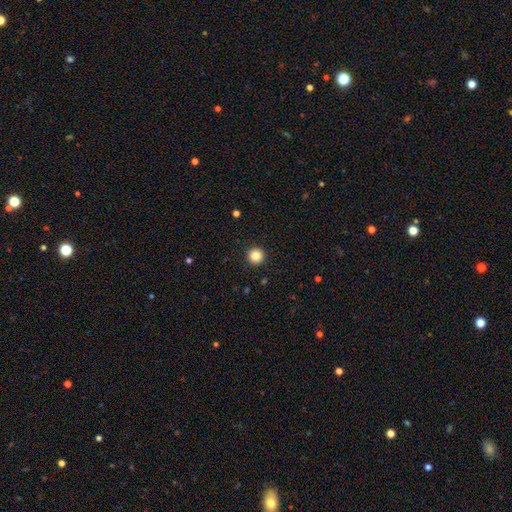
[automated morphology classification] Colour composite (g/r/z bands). It shows a smooth galaxy with no disk features (85%) that is round (96%). Merging: none (93%).